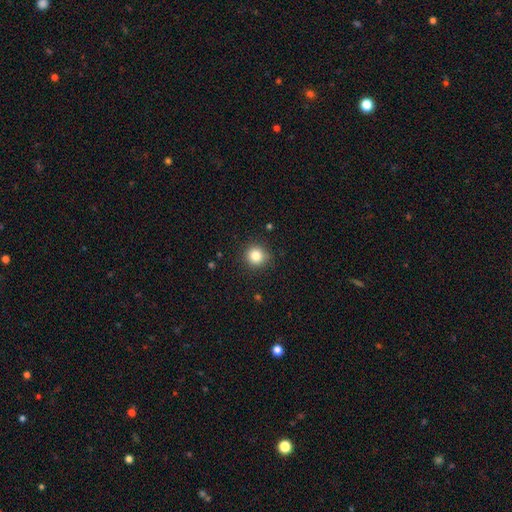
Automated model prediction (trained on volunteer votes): smooth_or_featured: smooth (p=0.83) [alt: star or artifact p=0.11]
how_rounded: round (p=0.93) [alt: in between p=0.06]
merging: none (p=0.88) [alt: minor disturbance p=0.08]